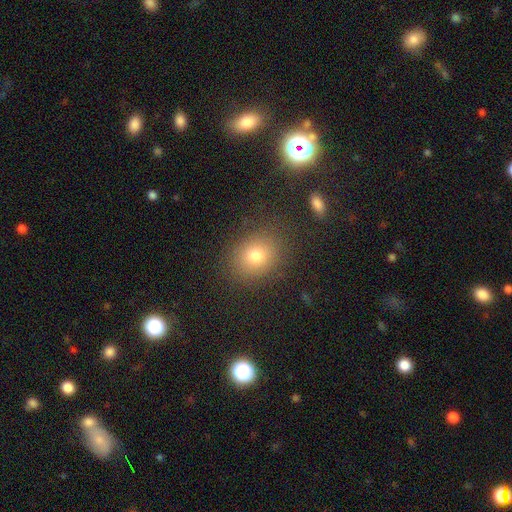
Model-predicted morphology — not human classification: A smooth galaxy with no disk features (73%) that is round (59%). Merging: none (85%).